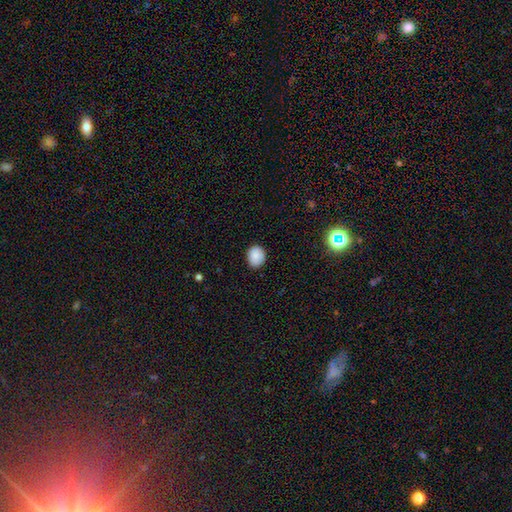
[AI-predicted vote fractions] A smooth galaxy with no disk features (87%) that is round (61%). Merging: none (87%).